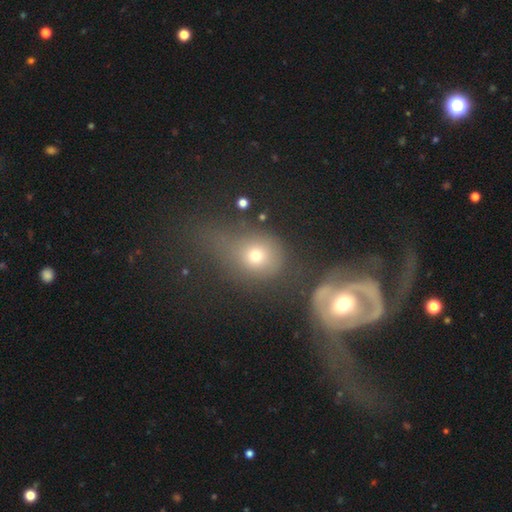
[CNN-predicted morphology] smooth_or_featured: smooth (p=0.62) [alt: featured or disk p=0.24]
how_rounded: round (p=0.68) [alt: in between p=0.30]
merging: merger (p=0.35) [alt: none p=0.32]